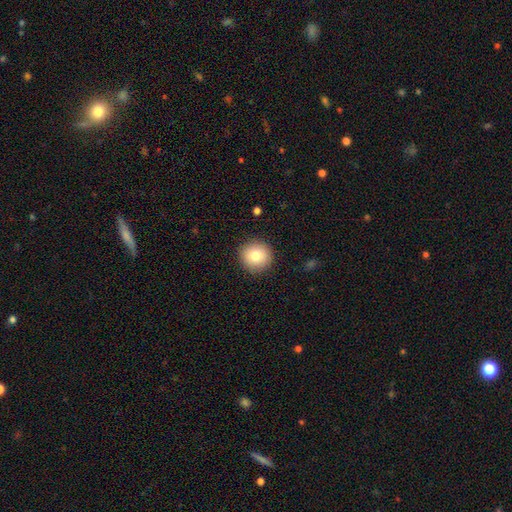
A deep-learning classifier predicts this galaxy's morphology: smooth-or-featured: smooth: 80% | featured or disk: 11% | star or artifact: 9%
  how-rounded: round: 94% | in between: 5% | cigar-shaped: 1%
  merging: none: 91% | minor disturbance: 6% | major disturbance: 2% | merger: 1%